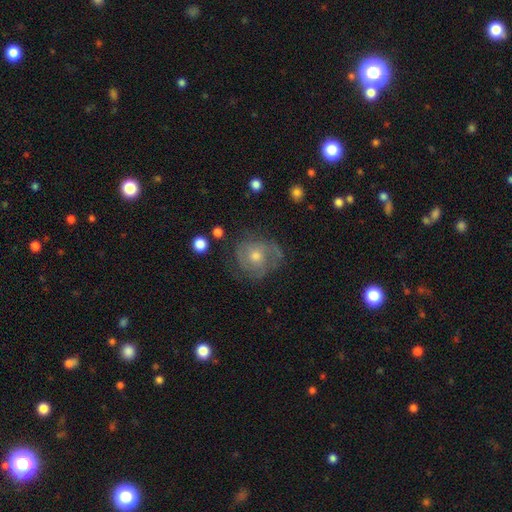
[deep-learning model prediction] Smooth or featured?
  - featured or disk: 67% *
  - smooth: 23%
  - star or artifact: 10%
Edge-on disk?
  - no: 97% *
  - yes: 3%
Bar?
  - no: 78% *
  - weak: 19%
  - strong: 3%
Spiral arms?
  - yes: 86% *
  - no: 14%
Spiral winding?
  - tight: 48% *
  - medium: 39%
  - loose: 13%
Spiral arm count?
  - 2: 34% *
  - can't tell: 32%
  - 3: 19%
  - 1: 6%
  - 4: 5%
  - more than 4: 4%
Bulge size?
  - moderate: 66% *
  - small: 25%
  - large: 6%
  - none: 2%
  - dominant: 1%
Merging?
  - none: 68% *
  - minor disturbance: 20%
  - major disturbance: 11%
  - merger: 2%